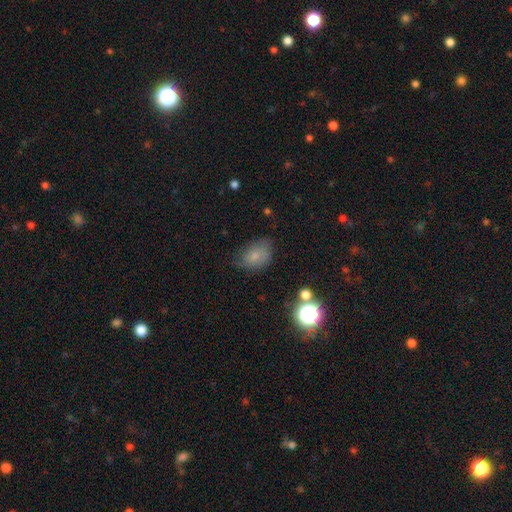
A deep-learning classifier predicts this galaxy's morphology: Q: Smooth or featured?
A: smooth (72%); runner-up: featured or disk (15%)
Q: How rounded?
A: in between (78%); runner-up: round (20%)
Q: Merging?
A: none (58%); runner-up: minor disturbance (30%)